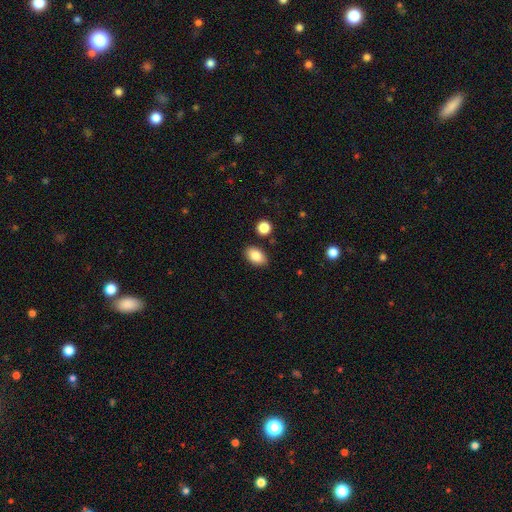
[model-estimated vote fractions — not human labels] Smooth or featured? Predicted: smooth (p=0.85). How rounded? Predicted: in between (p=0.90). Merging? Predicted: none (p=0.85).